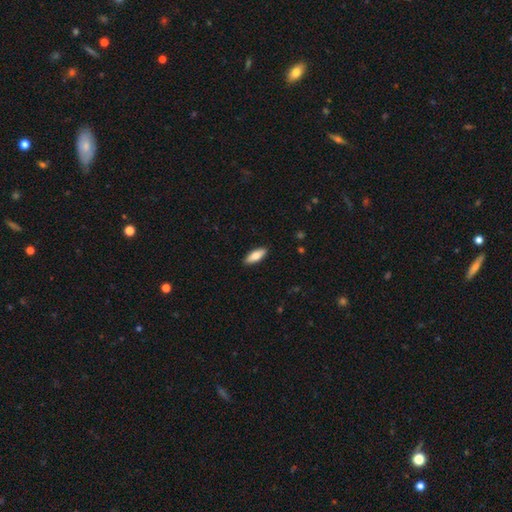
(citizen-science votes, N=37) Overall: smooth (70%). How rounded: in between (62%; cigar-shaped 38%). Merging: none (88%).